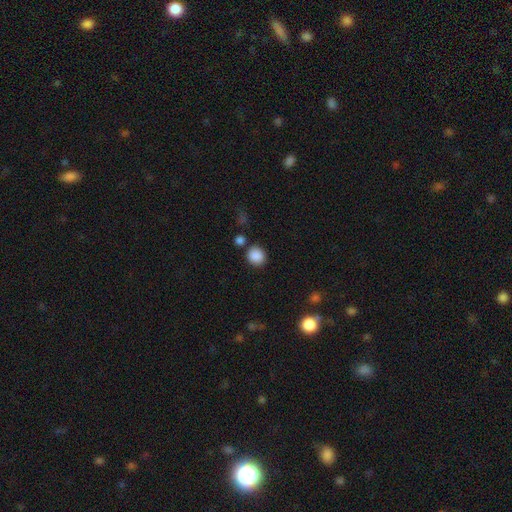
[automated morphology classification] Smooth or featured? Predicted: smooth (p=0.88). How rounded? Predicted: round (p=0.80). Merging? Predicted: none (p=0.81).